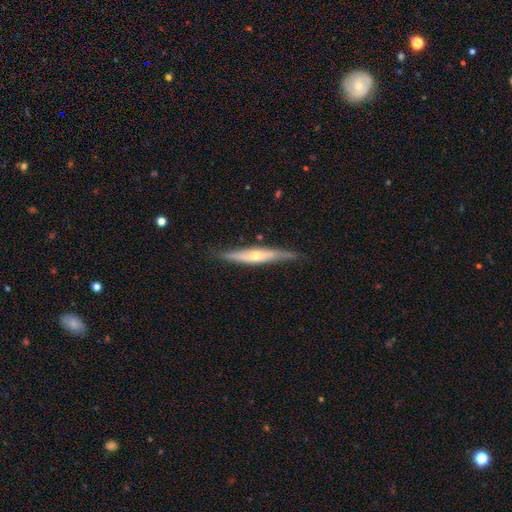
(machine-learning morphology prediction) smooth_or_featured: featured or disk (p=0.66) [alt: smooth p=0.28]
disk_edge_on: yes (p=0.90) [alt: no p=0.10]
edge_on_bulge: rounded (p=0.81) [alt: none p=0.14]
merging: none (p=0.81) [alt: minor disturbance p=0.14]